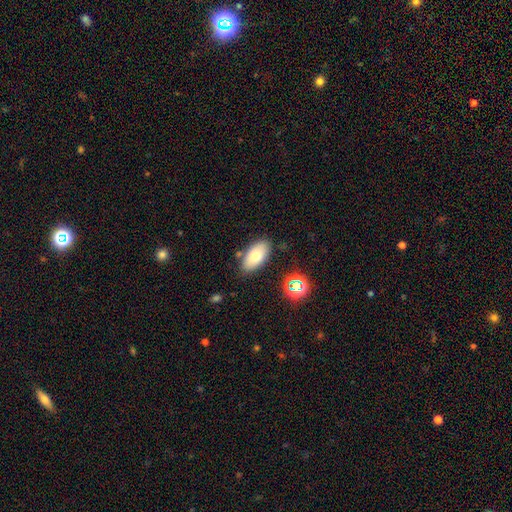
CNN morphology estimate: Smooth or featured? Predicted: smooth (p=0.71). How rounded? Predicted: in between (p=0.92). Merging? Predicted: none (p=0.80).